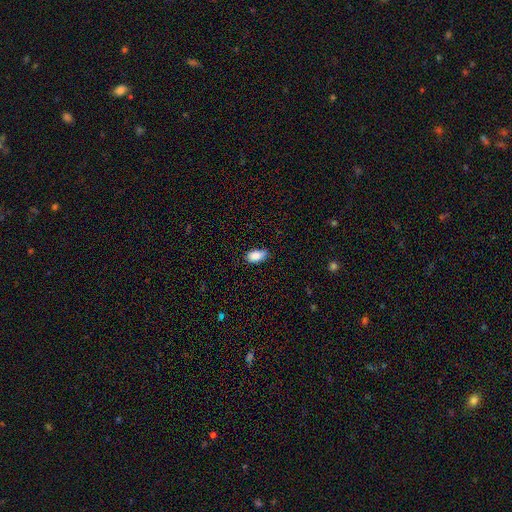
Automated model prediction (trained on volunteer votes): A smooth galaxy with no disk features (86%) that is in between round and cigar-shaped (91%). Merging: none (62%).